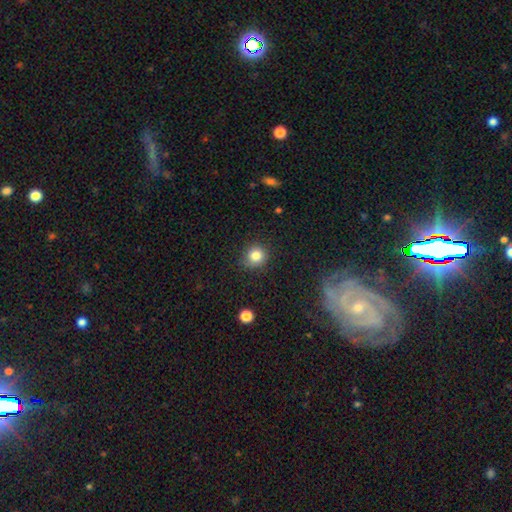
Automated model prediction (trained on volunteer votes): Smooth or featured? smooth (83%)
How rounded? round (88%)
Merging? none (84%)